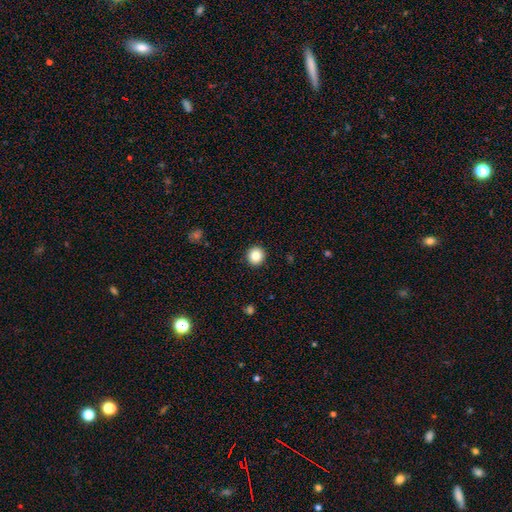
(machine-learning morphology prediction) smooth_or_featured: smooth (p=0.85) [alt: star or artifact p=0.10]
how_rounded: round (p=0.94) [alt: in between p=0.05]
merging: none (p=0.93) [alt: minor disturbance p=0.04]